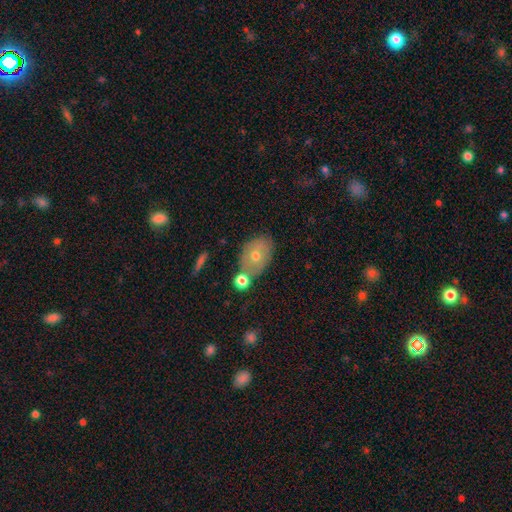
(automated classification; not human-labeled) Smooth or featured? smooth (59%)
How rounded? in between (76%)
Merging? none (59%)